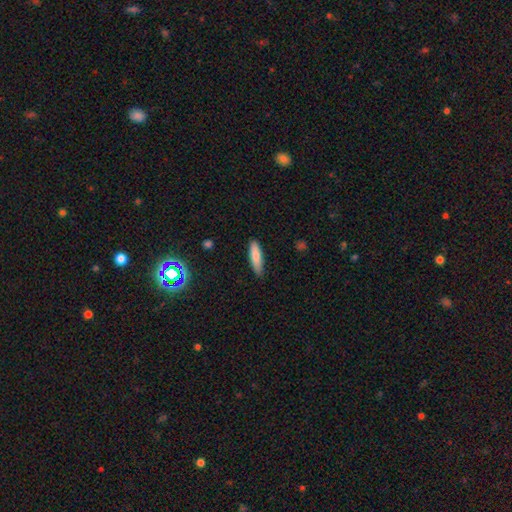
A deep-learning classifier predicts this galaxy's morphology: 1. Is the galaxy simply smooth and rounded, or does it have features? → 79% smooth, 14% featured or disk, 7% star or artifact.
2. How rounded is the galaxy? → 66% cigar-shaped, 32% in between, 2% round.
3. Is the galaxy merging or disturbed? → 86% none, 11% minor disturbance, 2% major disturbance, 1% merger.